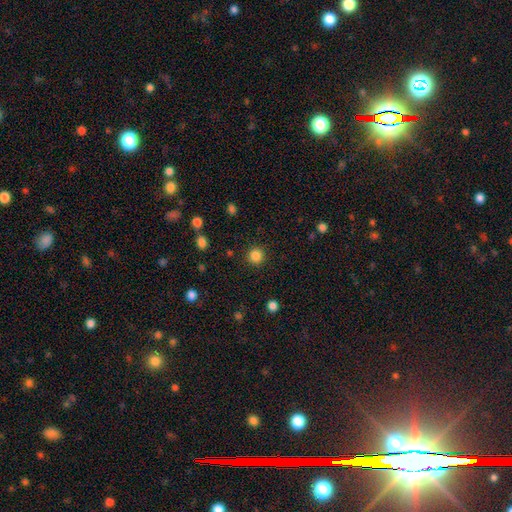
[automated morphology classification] Smooth or featured: smooth — 85% (star or artifact — 12%)
How rounded: round — 94% (in between — 5%)
Merging: none — 91% (minor disturbance — 6%)